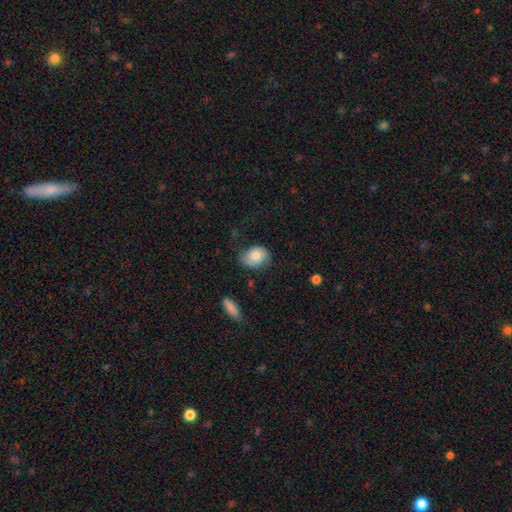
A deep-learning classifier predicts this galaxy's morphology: smooth 69%, featured or disk 24%, star or artifact 7%. Down the decision tree: how rounded — in between (64%); merging — none (58%).